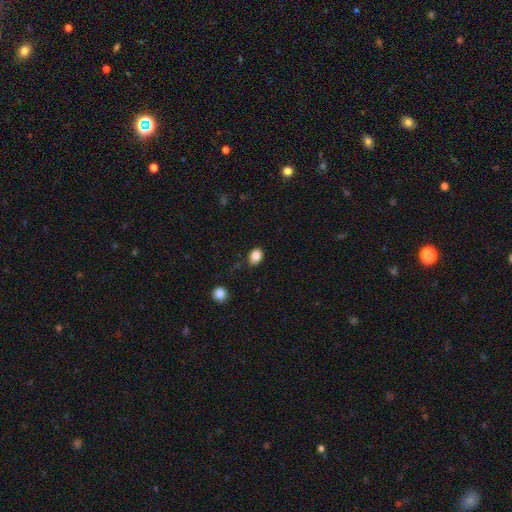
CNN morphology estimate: A smooth galaxy with no disk features (86%) that is in between round and cigar-shaped (67%). Merging: none (82%).